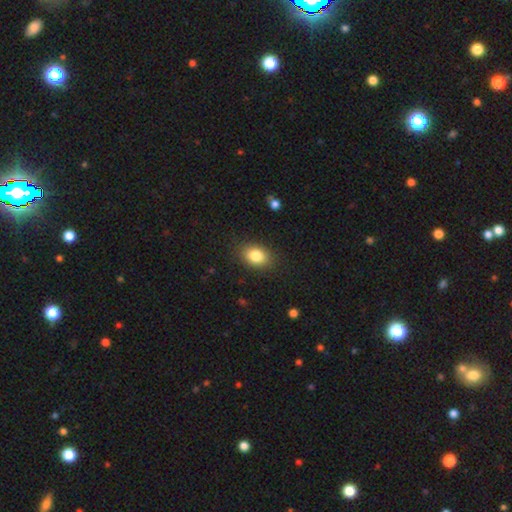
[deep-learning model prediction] Overall: smooth (83%). How rounded: in between (75%). Merging: none (87%).